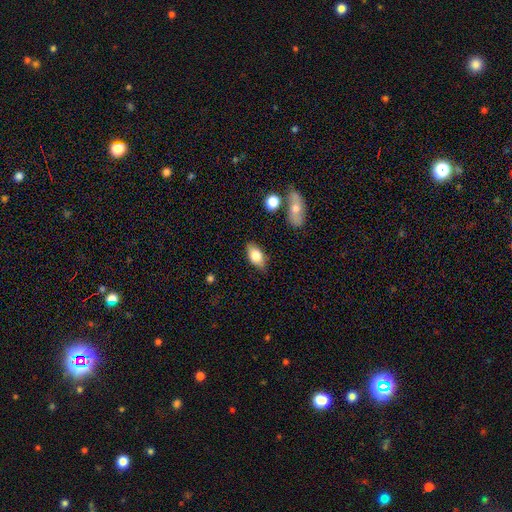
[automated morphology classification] This appears to be a smooth galaxy with no disk features (76%) that is in between round and cigar-shaped (89%). Merging: none (83%).